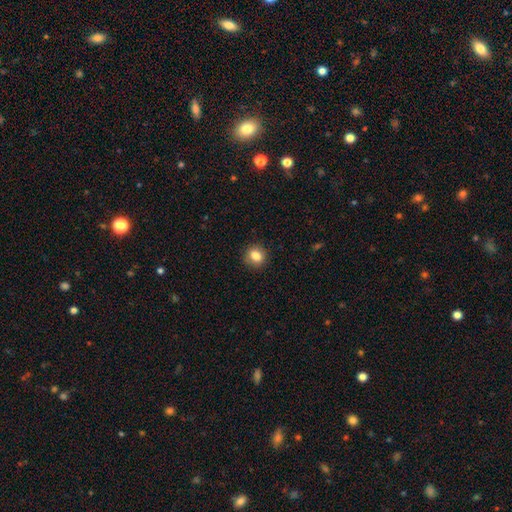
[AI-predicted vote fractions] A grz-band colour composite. It shows a smooth galaxy with no disk features (84%) that is round (69%). Merging: none (88%).